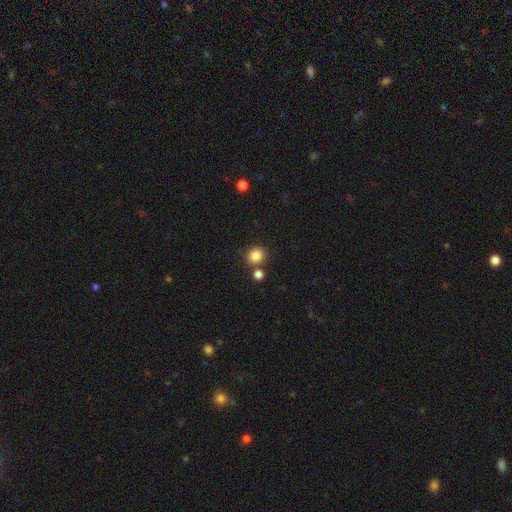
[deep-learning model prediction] The model was most divided on "merging": none: 75%, merger: 14%, minor disturbance: 9%, major disturbance: 3%. More confident: smooth or featured — smooth (85%); how rounded — round (84%).